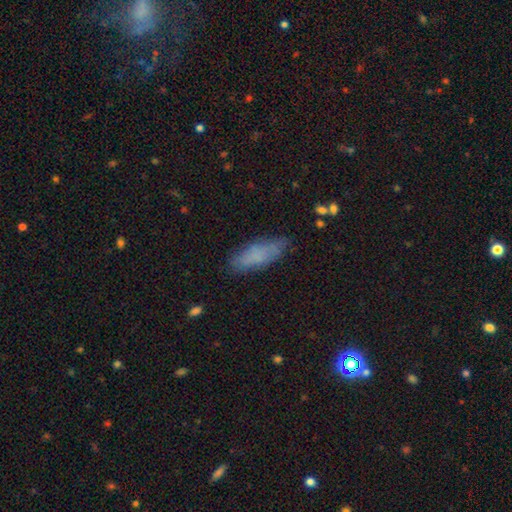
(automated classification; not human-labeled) Smooth or featured: smooth — 74% (featured or disk — 17%)
How rounded: in between — 60% (cigar-shaped — 38%)
Merging: none — 75% (minor disturbance — 19%)